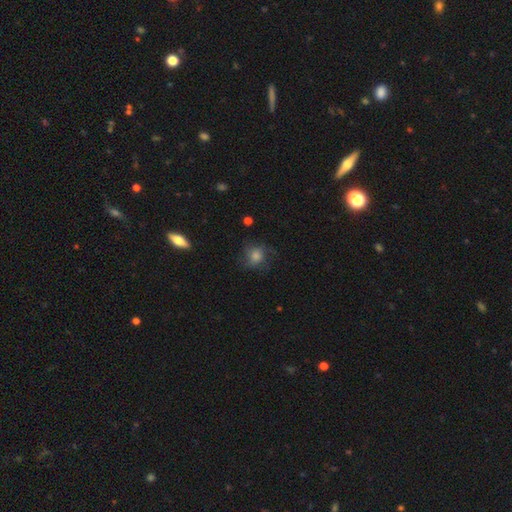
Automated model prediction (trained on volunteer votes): This appears to be a smooth galaxy with no disk features (57%) that is round (78%). Merging: none (65%).